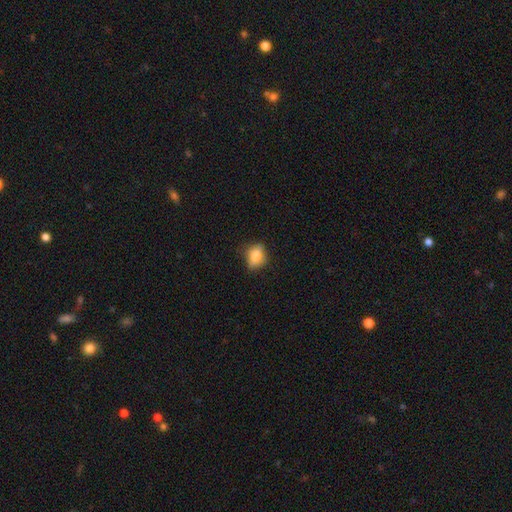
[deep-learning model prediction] smooth 79%, featured or disk 12%, star or artifact 9%. Down the decision tree: how rounded — in between (55%); merging — none (72%).